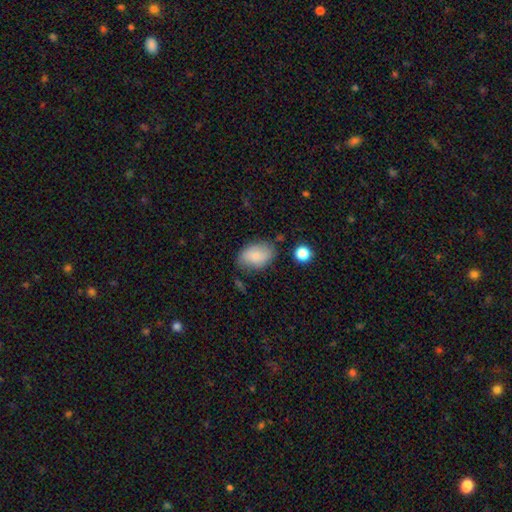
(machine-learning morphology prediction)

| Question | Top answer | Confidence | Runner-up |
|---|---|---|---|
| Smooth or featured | smooth | 79% | featured or disk (13%) |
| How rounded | in between | 88% | round (10%) |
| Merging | none | 71% | minor disturbance (20%) |